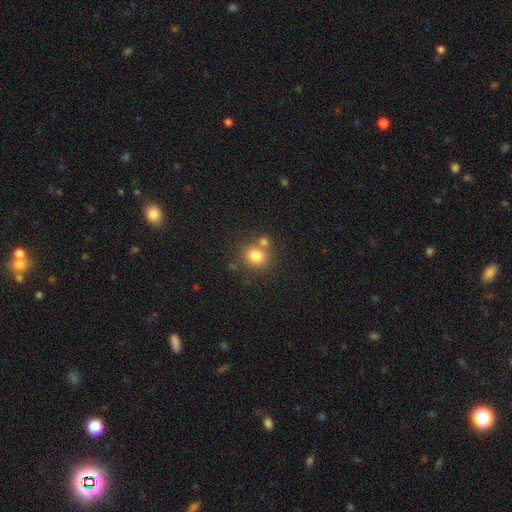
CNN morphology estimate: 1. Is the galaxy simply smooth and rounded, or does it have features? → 80% smooth, 11% star or artifact, 9% featured or disk.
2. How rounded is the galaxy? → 74% round, 25% in between, 1% cigar-shaped.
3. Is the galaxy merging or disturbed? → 60% none, 26% merger, 10% minor disturbance, 3% major disturbance.